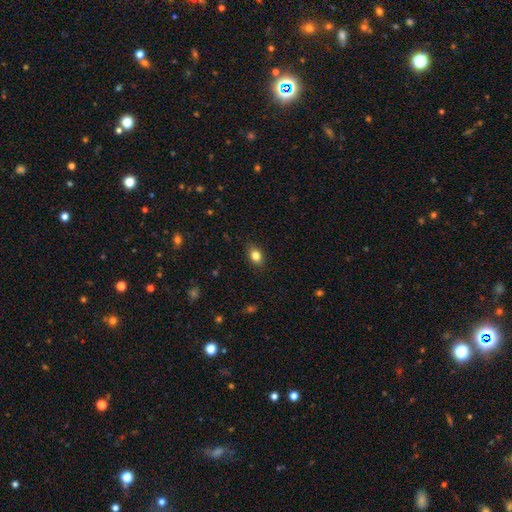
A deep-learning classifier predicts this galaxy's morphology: Q: Smooth or featured?
A: smooth (82%); runner-up: star or artifact (10%)
Q: How rounded?
A: in between (75%); runner-up: round (23%)
Q: Merging?
A: none (86%); runner-up: minor disturbance (10%)